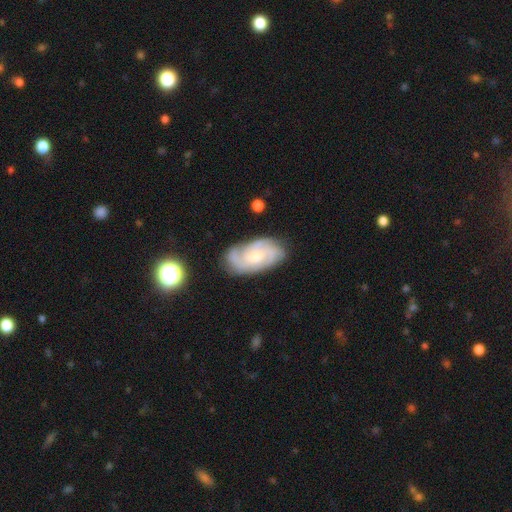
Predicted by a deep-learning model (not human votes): A featured or disk galaxy (79%) with no bar (66%), 3 (33%) tight (56%) spiral arms (95%) and a moderate central bulge (47%).

Vote fractions:
- Smooth or featured? featured or disk: 79% / smooth: 15% / star or artifact: 6%
- Edge-on disk? no: 96% / yes: 4%
- Bar? no: 66% / weak: 30% / strong: 4%
- Spiral arms? yes: 95% / no: 5%
- Spiral winding? tight: 56% / medium: 36% / loose: 8%
- Spiral arm count? 3: 33% / can't tell: 25% / 2: 23% / 4: 11% / 1: 4% / more than 4: 4%
- Bulge size? moderate: 47% / small: 45% / none: 4% / large: 4% / dominant: 1%
- Merging? none: 73% / minor disturbance: 19% / major disturbance: 5% / merger: 2%